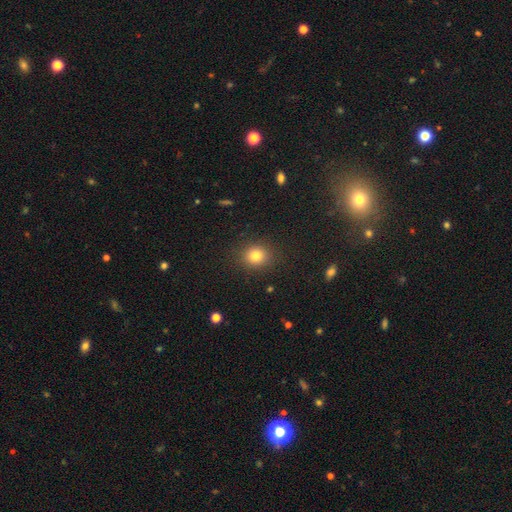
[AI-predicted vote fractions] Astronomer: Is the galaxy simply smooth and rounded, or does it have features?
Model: smooth — 82%.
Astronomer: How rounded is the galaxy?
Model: round — 70%.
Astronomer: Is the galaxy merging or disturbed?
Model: none — 87%.